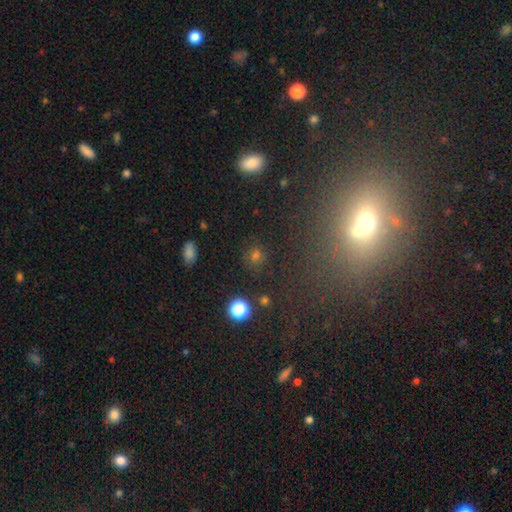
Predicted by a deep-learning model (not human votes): Smooth or featured: smooth — 66% (star or artifact — 26%)
How rounded: round — 86% (in between — 13%)
Merging: none — 84% (minor disturbance — 9%)